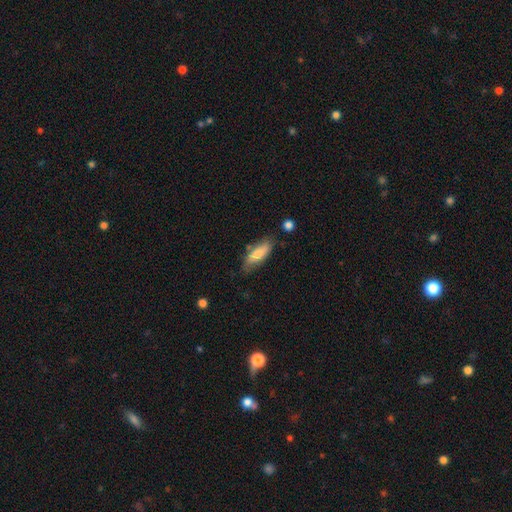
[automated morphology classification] Smooth or featured? Predicted: smooth (p=0.73). How rounded? Predicted: in between (p=0.56). Merging? Predicted: none (p=0.71).